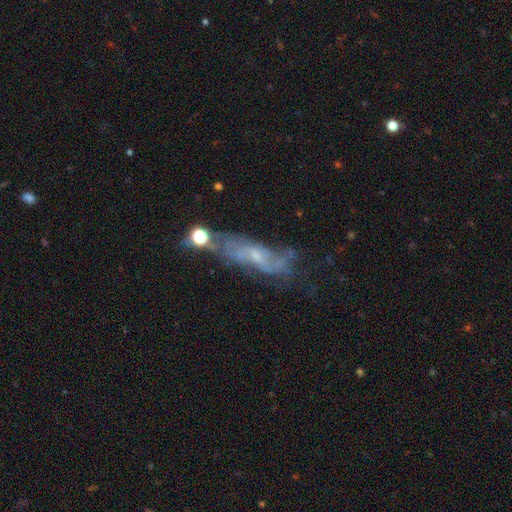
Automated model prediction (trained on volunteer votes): Smooth or featured?
  - featured or disk: 62% *
  - smooth: 25%
  - star or artifact: 13%
Edge-on disk?
  - no: 73% *
  - yes: 27%
Merging?
  - none: 47% *
  - minor disturbance: 24%
  - major disturbance: 18%
  - merger: 12%